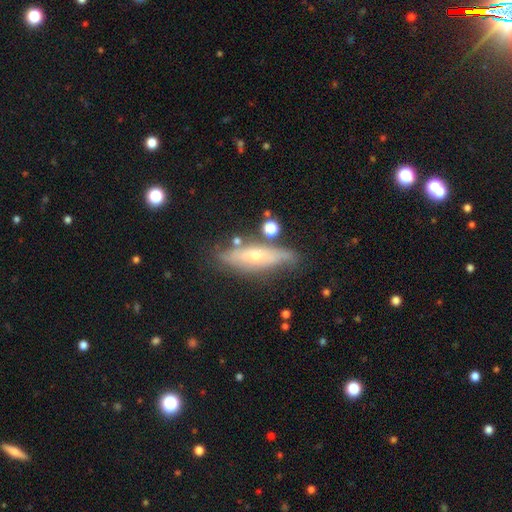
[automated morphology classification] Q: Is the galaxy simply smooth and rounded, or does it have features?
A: featured or disk — 61%.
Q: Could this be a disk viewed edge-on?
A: yes — 62%.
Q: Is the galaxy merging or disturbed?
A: none — 69%.